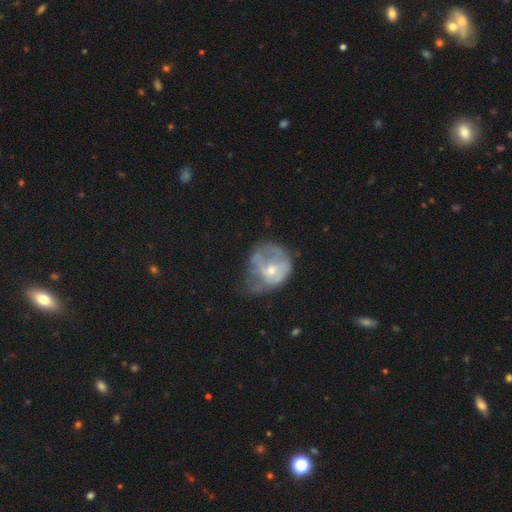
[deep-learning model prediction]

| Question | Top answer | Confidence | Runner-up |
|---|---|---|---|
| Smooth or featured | featured or disk | 51% | smooth (28%) |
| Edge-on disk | no | 96% | yes (4%) |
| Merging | none | 53% | minor disturbance (23%) |